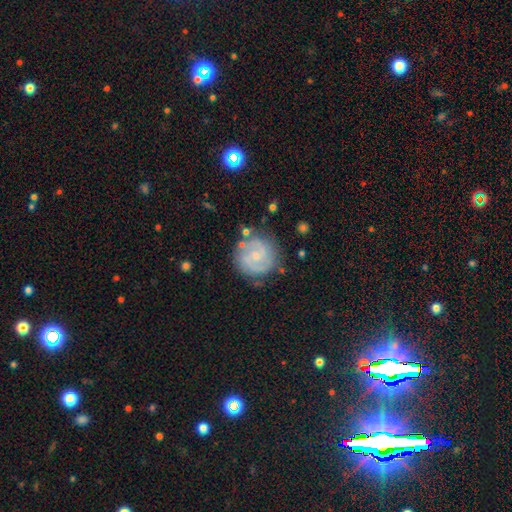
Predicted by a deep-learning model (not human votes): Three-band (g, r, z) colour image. It shows a featured or disk galaxy (70%) with no bar (51%), 2 (73%) tight (46%) spiral arms (90%) and a small central bulge (67%). Merging: none (78%).